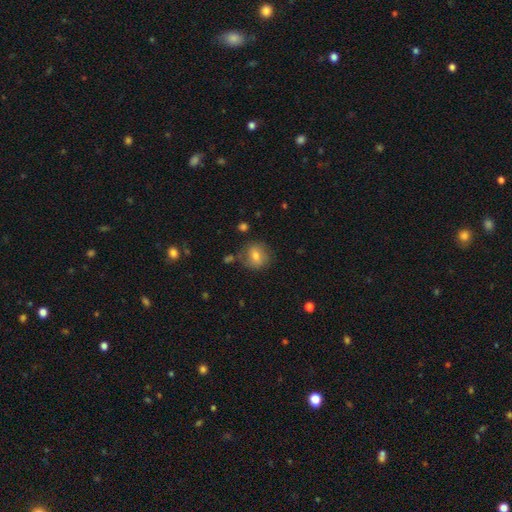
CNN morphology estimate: smooth 69%, featured or disk 22%, star or artifact 9%. Down the decision tree: how rounded — round (78%); merging — none (74%).